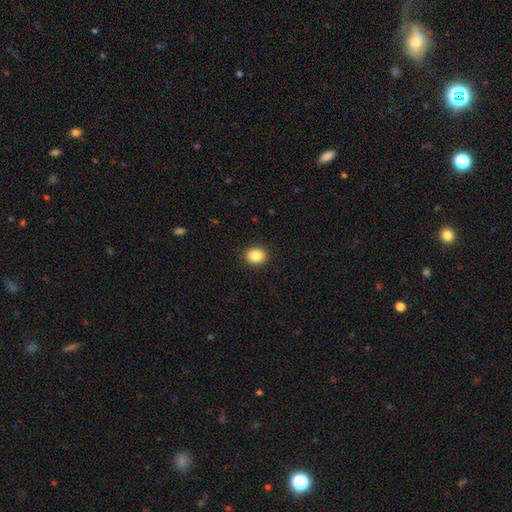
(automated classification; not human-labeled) smooth-or-featured: smooth: 86% | star or artifact: 9% | featured or disk: 5%
  how-rounded: round: 55% | in between: 44% | cigar-shaped: 1%
  merging: none: 91% | minor disturbance: 6% | major disturbance: 2% | merger: 1%